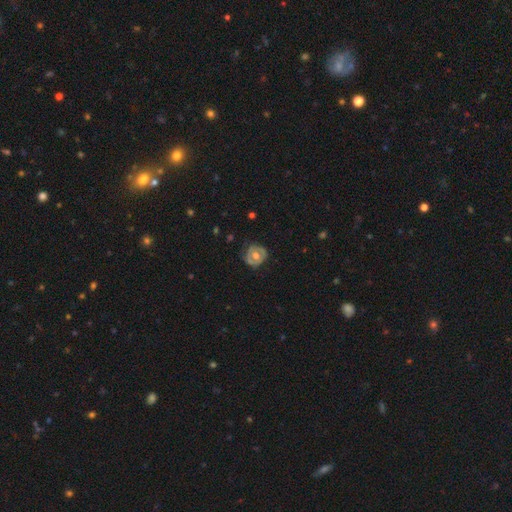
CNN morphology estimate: Smooth or featured? Predicted: featured or disk (p=0.55). Edge-on disk? Predicted: no (p=0.96). Bar? Predicted: no (p=0.77). Spiral arms? Predicted: no (p=0.62). Bulge size? Predicted: moderate (p=0.78). Merging? Predicted: none (p=0.70).